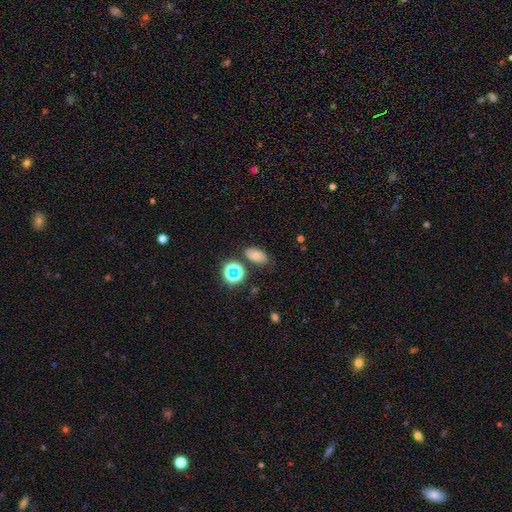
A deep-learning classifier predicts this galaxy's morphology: Smooth or featured: smooth — 62% (star or artifact — 20%)
How rounded: in between — 85% (round — 13%)
Merging: none — 71% (minor disturbance — 18%)